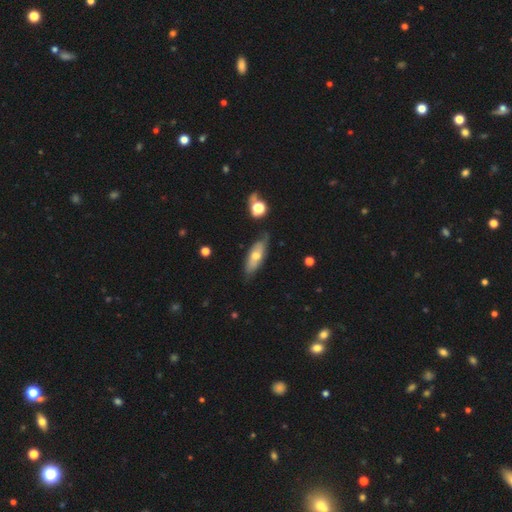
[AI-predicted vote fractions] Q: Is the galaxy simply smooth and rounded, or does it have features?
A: smooth — 47%.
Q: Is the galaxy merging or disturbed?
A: none — 69%.